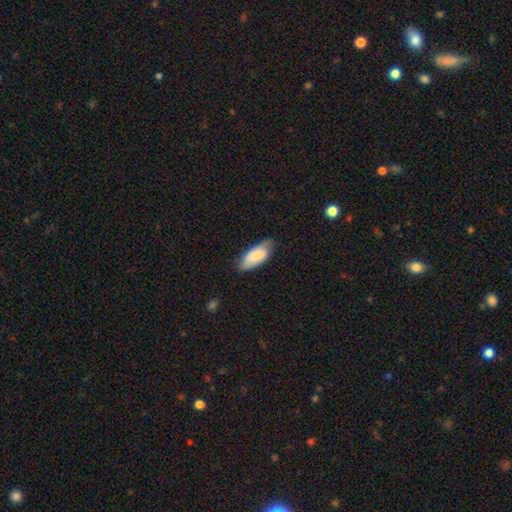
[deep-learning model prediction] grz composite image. It shows a smooth galaxy with no disk features (76%) that is in between round and cigar-shaped (87%). Merging: none (67%).